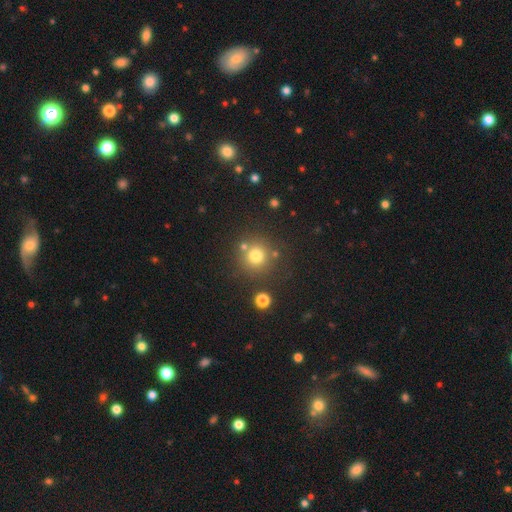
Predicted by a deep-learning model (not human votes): This appears to be a smooth galaxy with no disk features (75%) that is round (94%). Merging: none (79%).